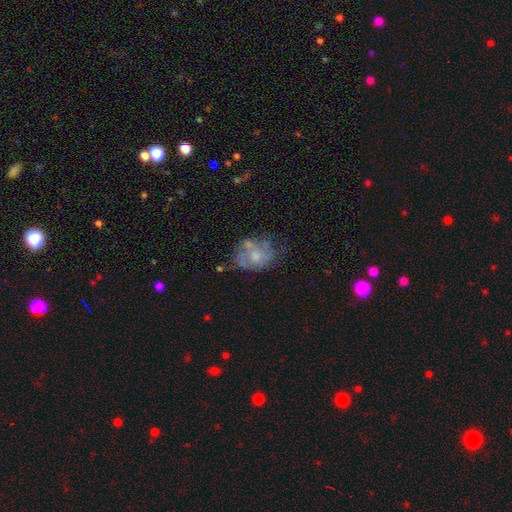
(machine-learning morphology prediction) Smooth or featured? featured or disk (53%)
Edge-on disk? no (97%)
Bar? no (85%)
Spiral arms? no (62%)
Bulge size? moderate (46%)
Merging? none (45%)